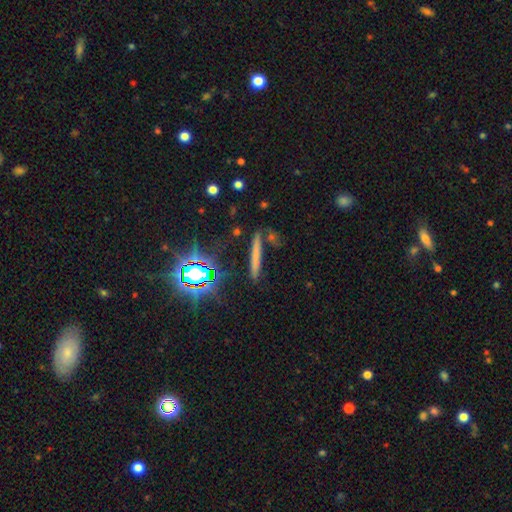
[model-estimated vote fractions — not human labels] Smooth or featured: smooth — 57% (featured or disk — 22%)
How rounded: cigar-shaped — 92% (in between — 5%)
Merging: none — 83% (minor disturbance — 10%)